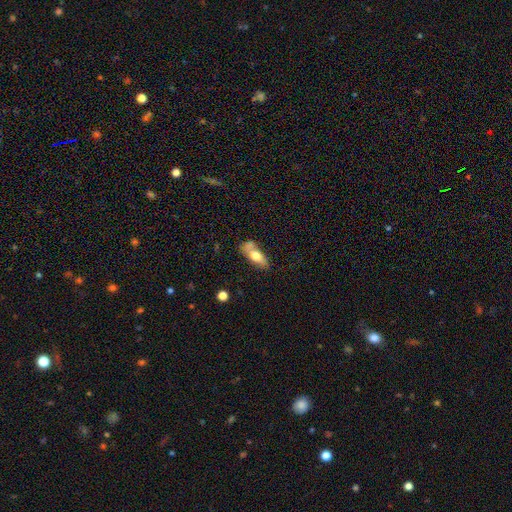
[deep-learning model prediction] smooth 65%, featured or disk 28%, star or artifact 7%. Down the decision tree: how rounded — in between (75%); merging — none (45%).